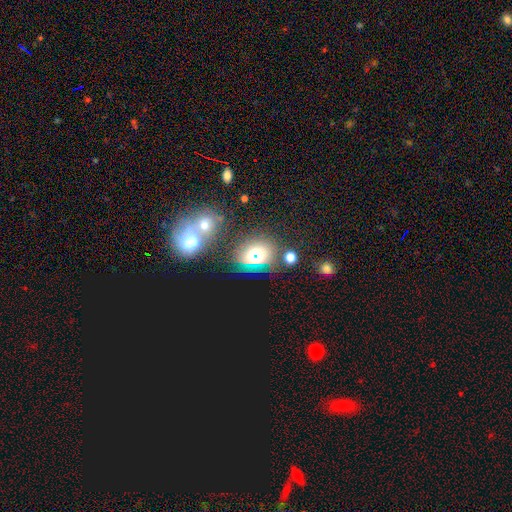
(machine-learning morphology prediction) This appears to be a smooth galaxy with no disk features (49%). Merging: none (67%).